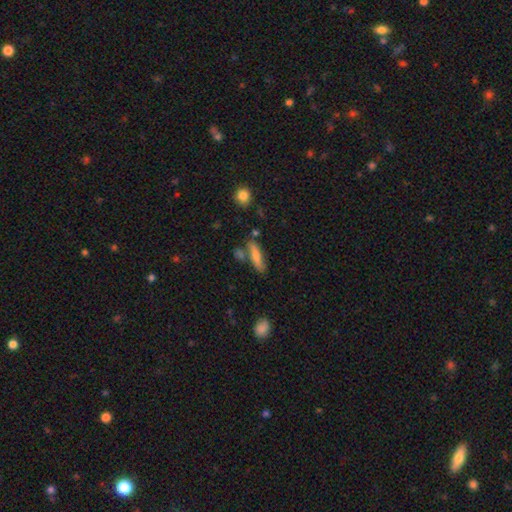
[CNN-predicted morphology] smooth-or-featured: smooth: 69% | featured or disk: 23% | star or artifact: 8%
  how-rounded: cigar-shaped: 73% | in between: 24% | round: 3%
  merging: none: 65% | minor disturbance: 16% | merger: 15% | major disturbance: 5%